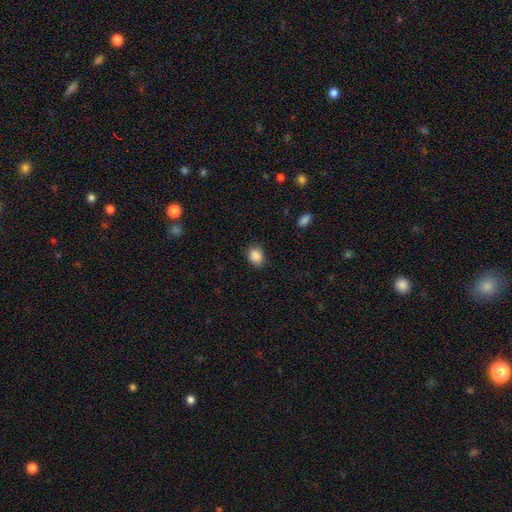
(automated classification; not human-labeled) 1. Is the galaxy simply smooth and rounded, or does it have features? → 88% smooth, 9% star or artifact, 4% featured or disk.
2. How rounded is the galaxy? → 58% in between, 41% round, 1% cigar-shaped.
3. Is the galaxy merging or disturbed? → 80% none, 16% minor disturbance, 3% major disturbance, 1% merger.